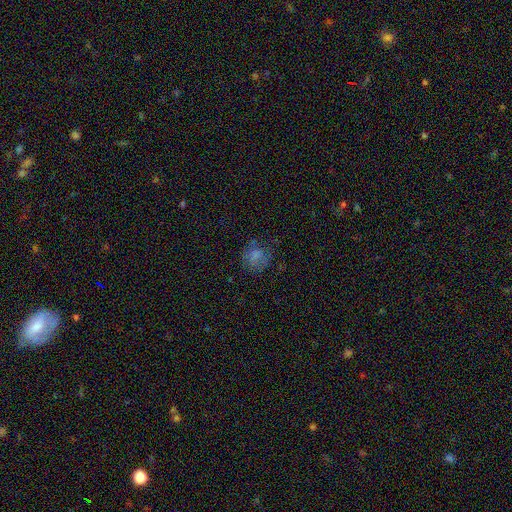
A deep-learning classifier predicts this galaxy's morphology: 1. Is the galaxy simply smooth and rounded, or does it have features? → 66% smooth, 19% featured or disk, 15% star or artifact.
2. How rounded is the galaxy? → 78% round, 21% in between, 1% cigar-shaped.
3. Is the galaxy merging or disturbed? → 63% none, 21% minor disturbance, 14% major disturbance, 2% merger.